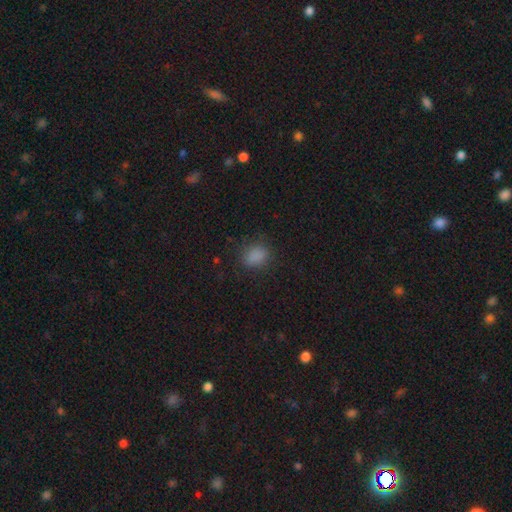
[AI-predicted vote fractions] Smooth or featured: smooth — 84% (star or artifact — 12%)
How rounded: in between — 57% (round — 41%)
Merging: none — 82% (minor disturbance — 12%)